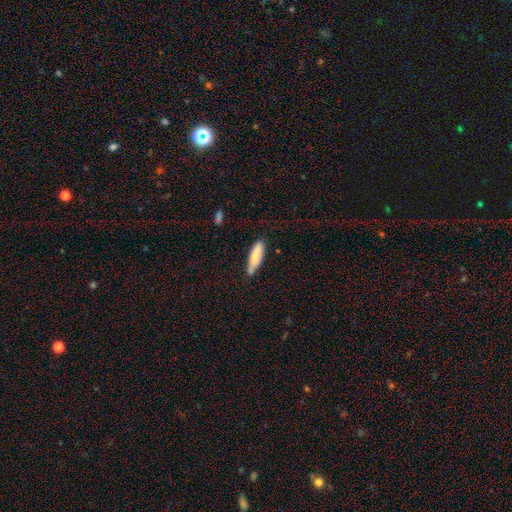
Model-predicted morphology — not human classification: Smooth or featured? smooth (79%)
How rounded? cigar-shaped (60%)
Merging? none (73%)